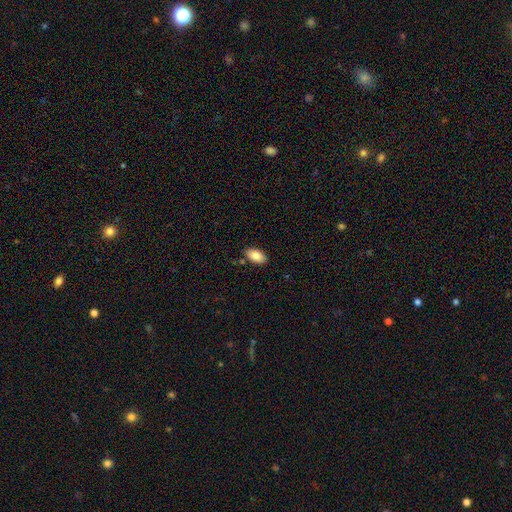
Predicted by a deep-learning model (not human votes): smooth_or_featured: smooth (p=0.86) [alt: featured or disk p=0.07]
how_rounded: in between (p=0.94) [alt: round p=0.03]
merging: none (p=0.84) [alt: minor disturbance p=0.11]